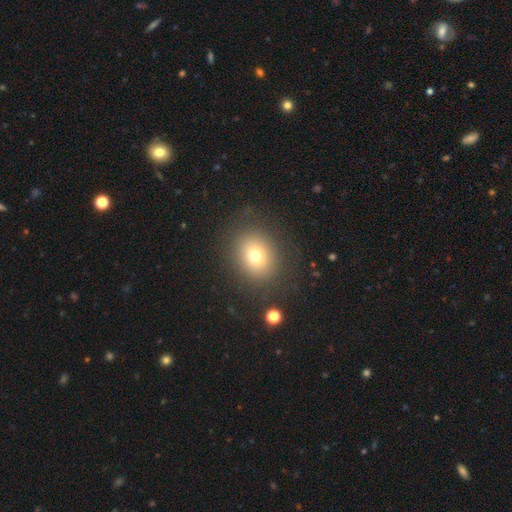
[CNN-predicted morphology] type=smooth (73%); roundness=round (65%); merging=none (83%).